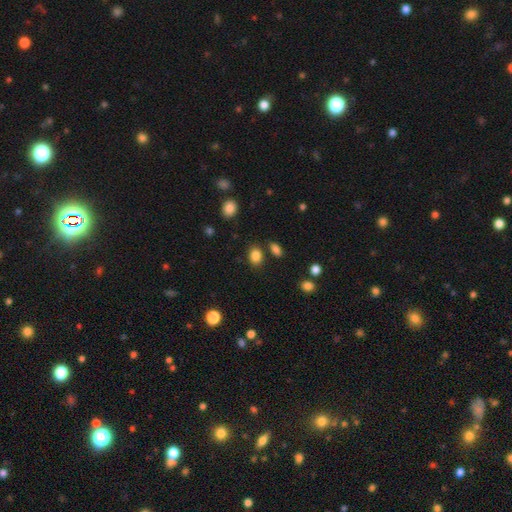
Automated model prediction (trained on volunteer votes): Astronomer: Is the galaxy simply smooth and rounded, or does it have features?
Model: smooth — 84%.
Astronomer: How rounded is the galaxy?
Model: in between — 64%.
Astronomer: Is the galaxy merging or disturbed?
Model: none — 79%.